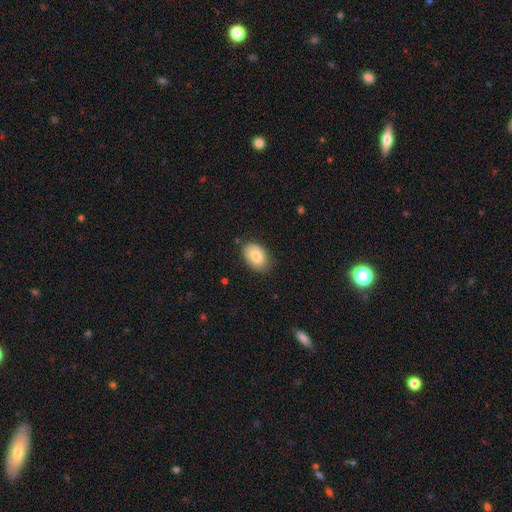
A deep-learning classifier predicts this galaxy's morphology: This is likely a smooth galaxy (79%). How rounded: clearly in between (84%). Merging: likely none (78%).